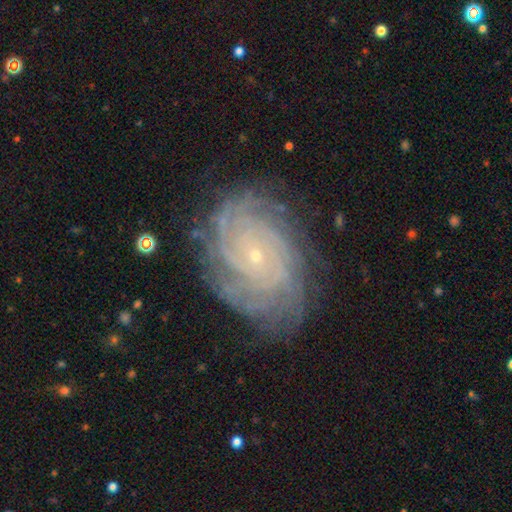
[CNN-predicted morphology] This appears to be a featured or disk galaxy (85%) with no bar (79%), tight (82%) spiral arms (97%) and a small central bulge (88%). Merging: none (78%).